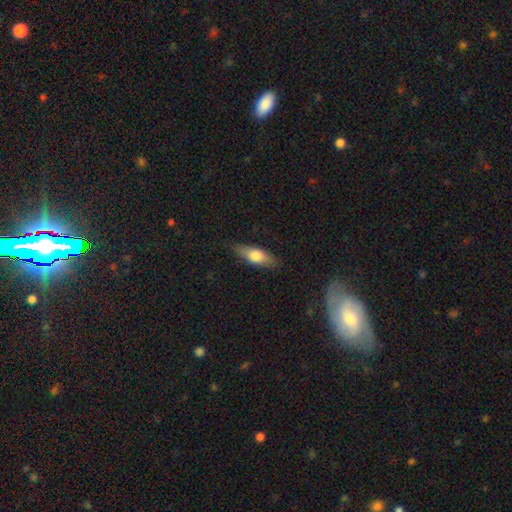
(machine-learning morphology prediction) type=smooth (62%); roundness=in between (60%); merging=none (82%).